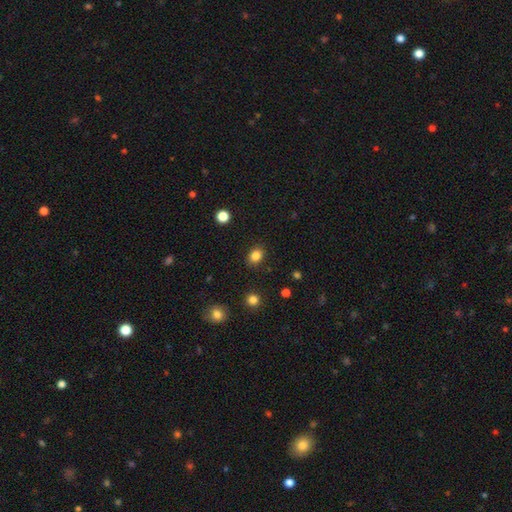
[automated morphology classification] A smooth galaxy with no disk features (84%) that is in between round and cigar-shaped (55%). Merging: none (87%).